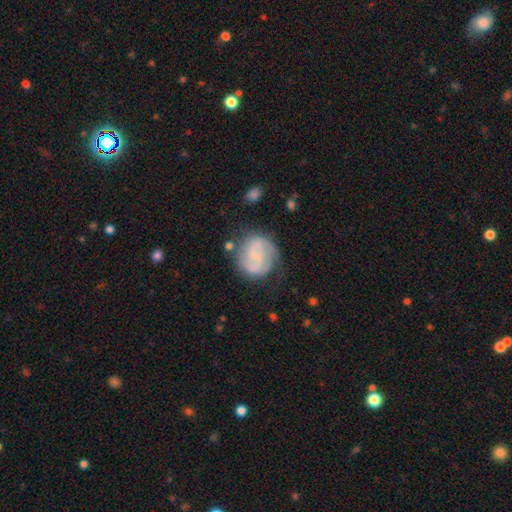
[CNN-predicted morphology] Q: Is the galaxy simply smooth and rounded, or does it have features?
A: featured or disk — 69%.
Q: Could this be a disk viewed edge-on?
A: no — 98%.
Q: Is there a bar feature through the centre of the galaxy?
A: no — 49%.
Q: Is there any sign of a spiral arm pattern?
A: yes — 88%.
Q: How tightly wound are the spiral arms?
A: tight — 43%.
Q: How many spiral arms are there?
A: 2 — 61%.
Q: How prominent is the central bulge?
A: small — 69%.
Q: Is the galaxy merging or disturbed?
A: none — 67%.